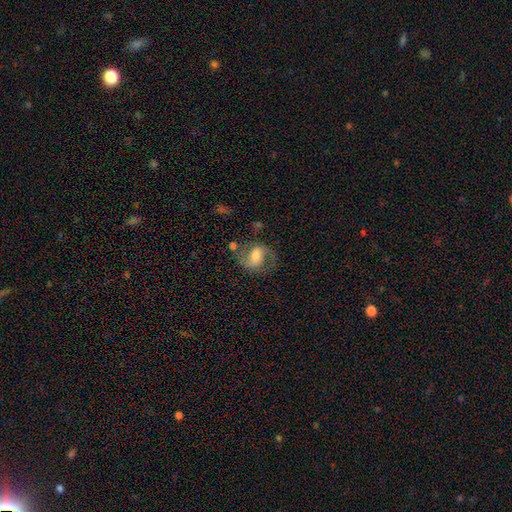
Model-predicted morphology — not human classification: This is possibly a featured or disk galaxy (54%). It is clearly not viewed edge-on (96%). Bar: possibly weak (45%). Spiral arm pattern: likely yes (79%). Central bulge: possibly moderate (51%). Merging: possibly none (55%).